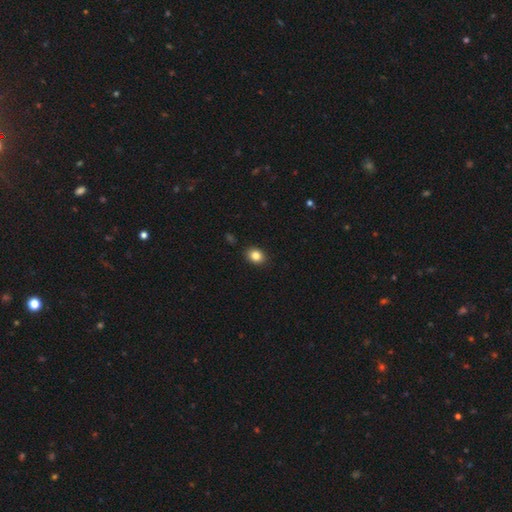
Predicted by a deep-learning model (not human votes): Smooth or featured? Predicted: smooth (p=0.84). How rounded? Predicted: in between (p=0.55). Merging? Predicted: none (p=0.90).